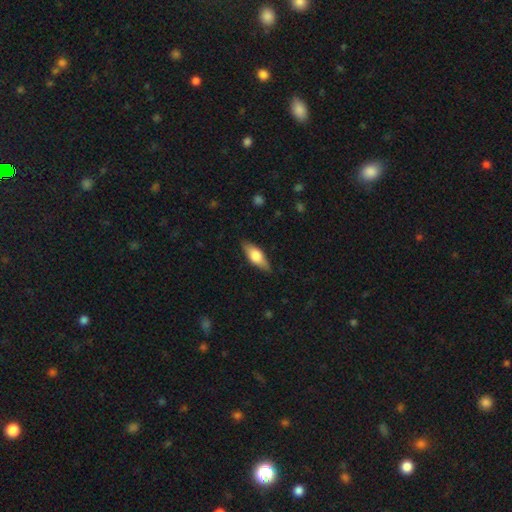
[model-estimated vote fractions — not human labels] smooth 64%, featured or disk 30%, star or artifact 6%. Down the decision tree: how rounded — in between (75%); merging — none (84%).